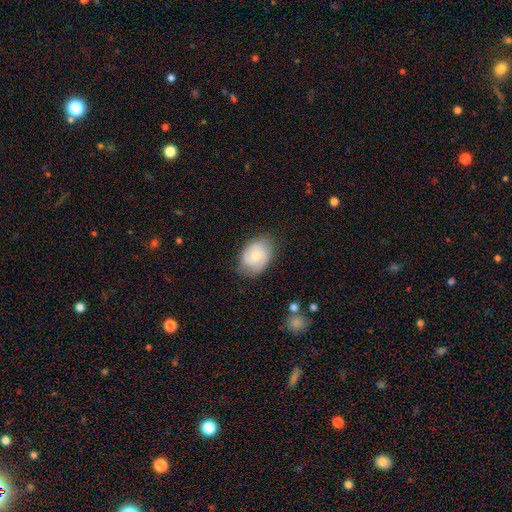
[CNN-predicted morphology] smooth 47%, featured or disk 46%, star or artifact 7%. Down the decision tree: merging — none (72%).